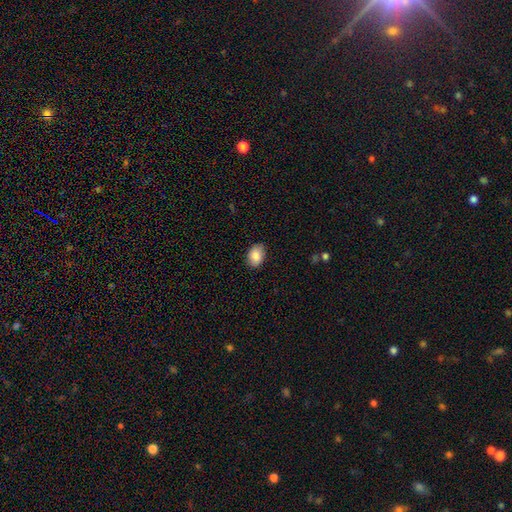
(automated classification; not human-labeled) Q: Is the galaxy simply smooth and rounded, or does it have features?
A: smooth — 86%.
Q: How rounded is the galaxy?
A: in between — 82%.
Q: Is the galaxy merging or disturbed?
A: none — 85%.